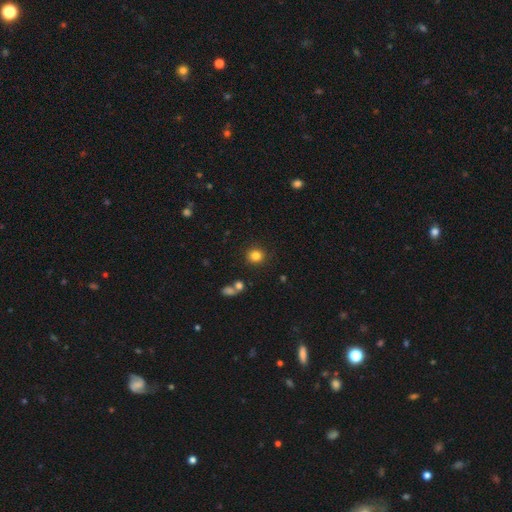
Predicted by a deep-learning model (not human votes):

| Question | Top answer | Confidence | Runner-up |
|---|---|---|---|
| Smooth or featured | smooth | 83% | star or artifact (12%) |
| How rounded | round | 86% | in between (13%) |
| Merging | none | 86% | minor disturbance (8%) |